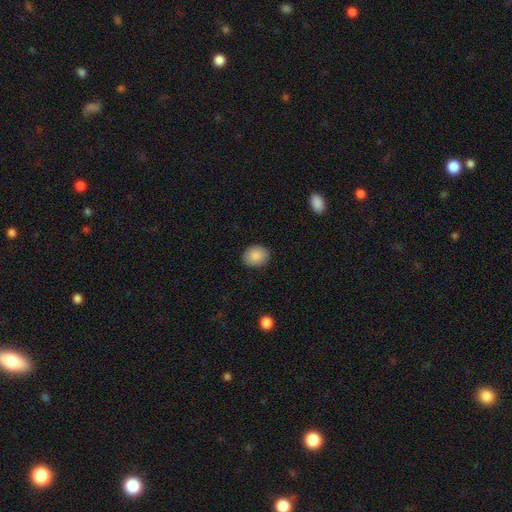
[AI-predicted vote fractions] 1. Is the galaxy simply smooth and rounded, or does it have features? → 88% smooth, 7% star or artifact, 4% featured or disk.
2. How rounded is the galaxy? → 51% round, 48% in between, 1% cigar-shaped.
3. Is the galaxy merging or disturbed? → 88% none, 9% minor disturbance, 2% major disturbance, 1% merger.